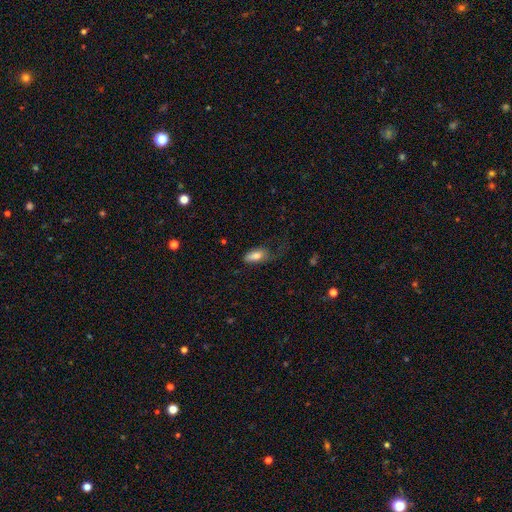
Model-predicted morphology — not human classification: Smooth or featured: smooth — 81% (featured or disk — 12%)
How rounded: in between — 88% (cigar-shaped — 10%)
Merging: none — 40% (minor disturbance — 30%)